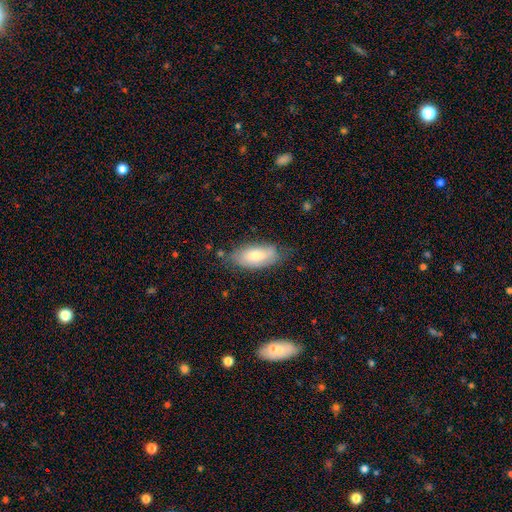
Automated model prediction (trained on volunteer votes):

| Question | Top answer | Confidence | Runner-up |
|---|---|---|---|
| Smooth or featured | smooth | 65% | featured or disk (29%) |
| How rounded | in between | 88% | cigar-shaped (10%) |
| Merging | none | 69% | minor disturbance (23%) |